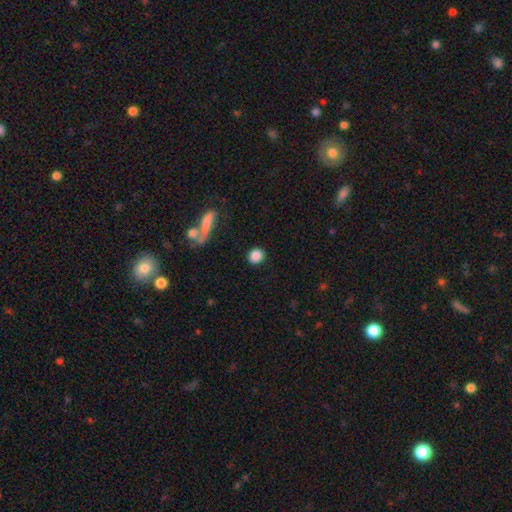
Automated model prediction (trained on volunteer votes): This is clearly a smooth galaxy (86%). How rounded: likely round (78%). Merging: clearly none (86%).